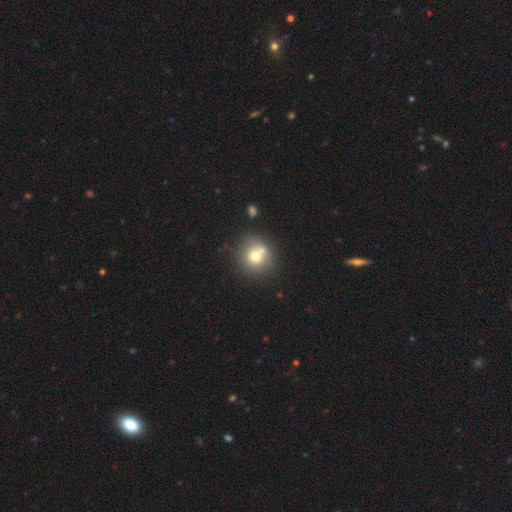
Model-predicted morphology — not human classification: The model was most divided on "merging": none: 57%, merger: 30%, minor disturbance: 10%, major disturbance: 4%. More confident: how rounded — round (88%); smooth or featured — smooth (69%).